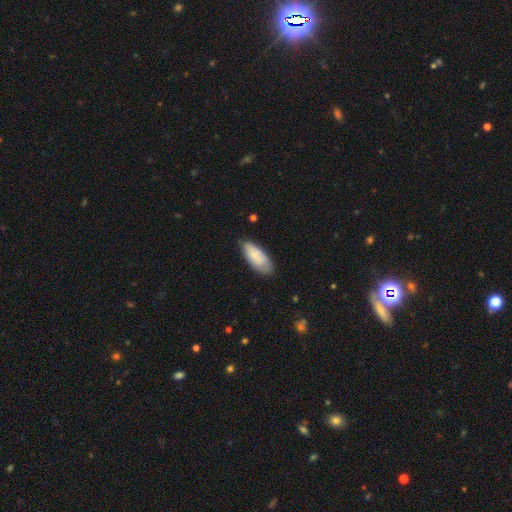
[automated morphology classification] The model was most divided on "merging": none: 72%, minor disturbance: 23%, major disturbance: 4%, merger: 2%. More confident: how rounded — in between (85%); smooth or featured — smooth (75%).